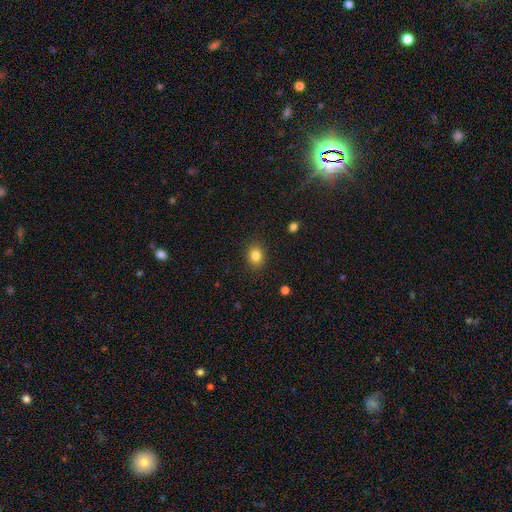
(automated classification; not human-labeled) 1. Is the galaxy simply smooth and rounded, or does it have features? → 83% smooth, 11% star or artifact, 6% featured or disk.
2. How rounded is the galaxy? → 53% round, 46% in between, 1% cigar-shaped.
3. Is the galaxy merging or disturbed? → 88% none, 8% minor disturbance, 2% major disturbance, 1% merger.